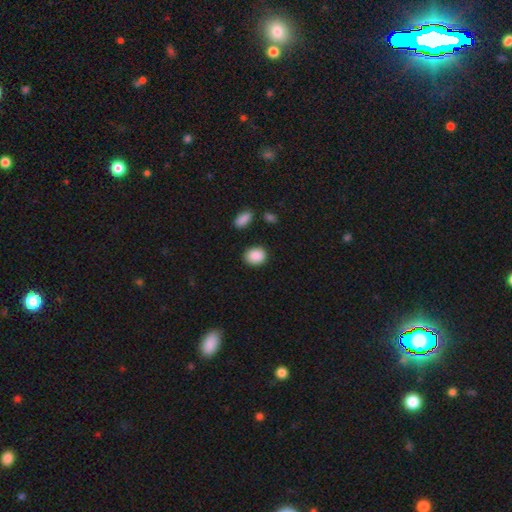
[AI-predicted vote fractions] Overall: smooth (89%). How rounded: in between (50%; round 49%). Merging: none (84%).